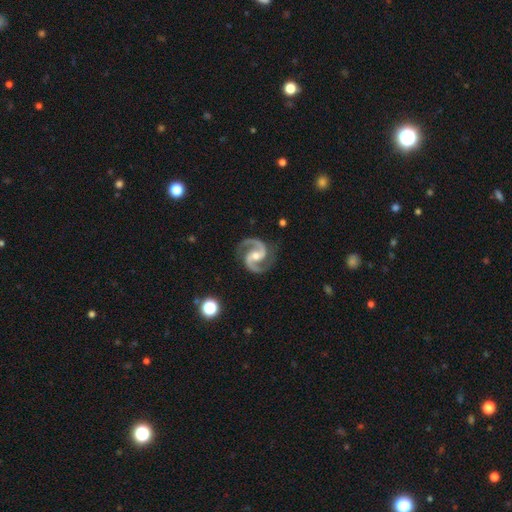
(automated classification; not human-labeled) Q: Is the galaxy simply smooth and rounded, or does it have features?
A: featured or disk — 95%.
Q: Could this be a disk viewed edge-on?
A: no — 99%.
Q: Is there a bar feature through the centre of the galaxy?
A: weak — 40%.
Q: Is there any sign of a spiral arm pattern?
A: yes — 99%.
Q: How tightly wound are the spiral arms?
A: medium — 69%.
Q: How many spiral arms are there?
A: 2 — 95%.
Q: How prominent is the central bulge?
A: moderate — 59%.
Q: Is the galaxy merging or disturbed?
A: none — 85%.